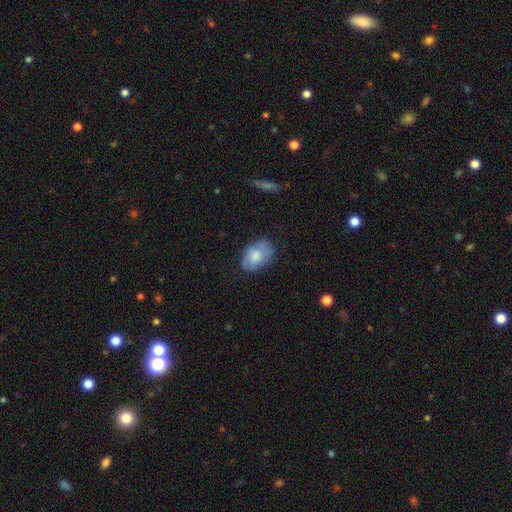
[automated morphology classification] smooth_or_featured: smooth (p=0.75) [alt: featured or disk p=0.19]
how_rounded: in between (p=0.87) [alt: round p=0.11]
merging: none (p=0.68) [alt: minor disturbance p=0.25]